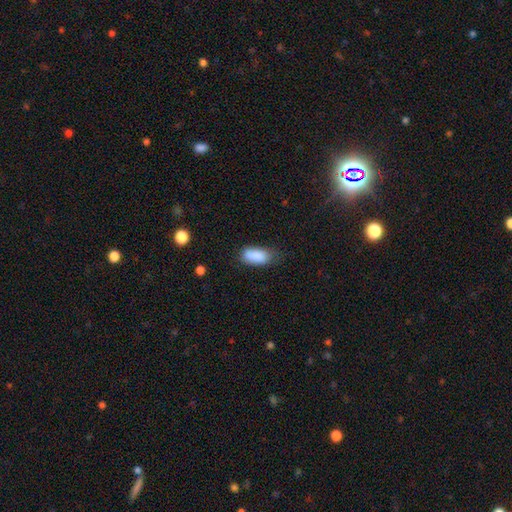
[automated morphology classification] A smooth galaxy with no disk features (86%) that is in between round and cigar-shaped (89%).

Vote fractions:
- Smooth or featured? smooth: 86% / star or artifact: 7% / featured or disk: 6%
- How rounded? in between: 89% / cigar-shaped: 8% / round: 3%
- Merging? none: 57% / minor disturbance: 32% / major disturbance: 9% / merger: 3%